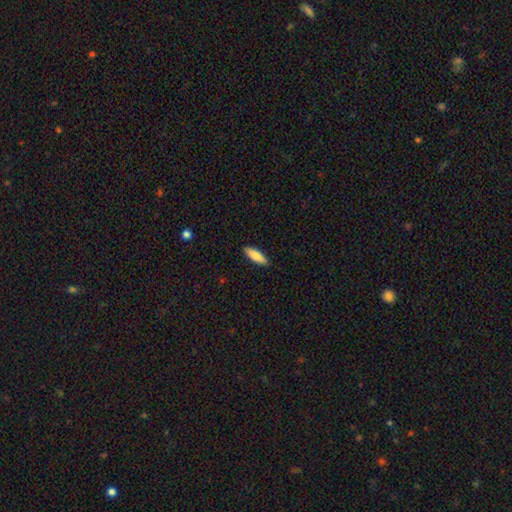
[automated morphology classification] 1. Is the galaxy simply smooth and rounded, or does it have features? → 82% smooth, 13% featured or disk, 5% star or artifact.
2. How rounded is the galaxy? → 51% in between, 47% cigar-shaped, 2% round.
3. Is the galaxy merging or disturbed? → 89% none, 8% minor disturbance, 2% major disturbance, 1% merger.